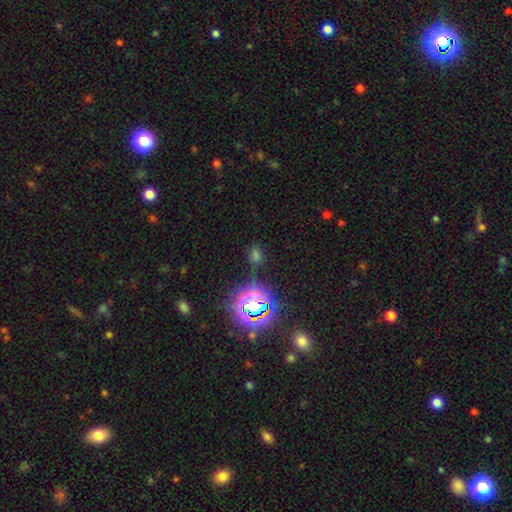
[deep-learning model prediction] Smooth or featured?
  - star or artifact: 51% *
  - smooth: 42%
  - featured or disk: 7%